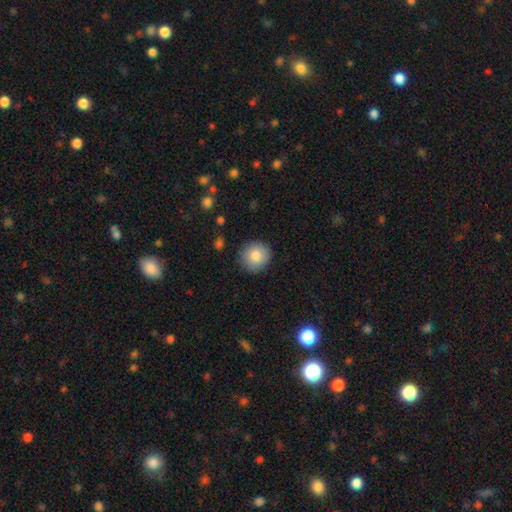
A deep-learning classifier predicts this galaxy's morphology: type=smooth (83%); roundness=round (92%); merging=none (88%).